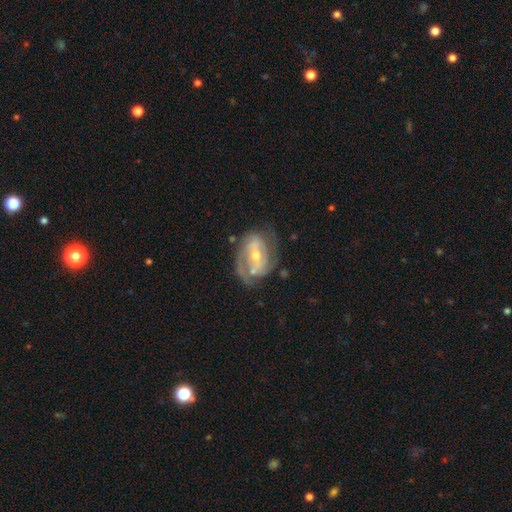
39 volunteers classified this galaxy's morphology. Smooth or featured: featured or disk — 92% (star or artifact — 5%)
Edge-on disk: no — 100%
Bar: strong — 39% (no — 36%)
Spiral arms: yes — 100%
Spiral winding: tight — 58% (medium — 33%)
Spiral arm count: 2 — 86% (3 — 8%)
Bulge size: small — 56% (moderate — 44%)
Merging: none — 86% (minor disturbance — 14%)